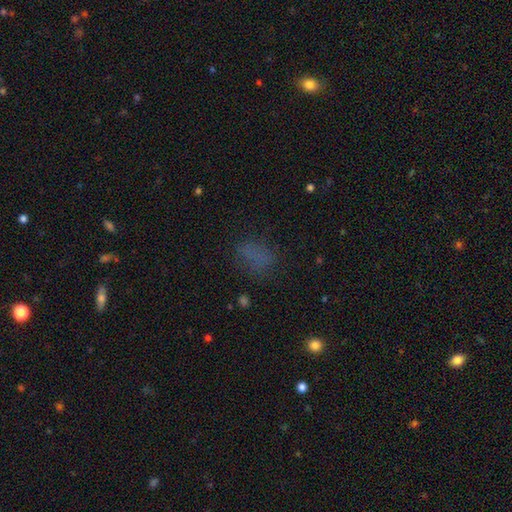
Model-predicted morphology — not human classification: smooth 66%, star or artifact 23%, featured or disk 11%. Down the decision tree: how rounded — in between (73%); merging — none (67%).